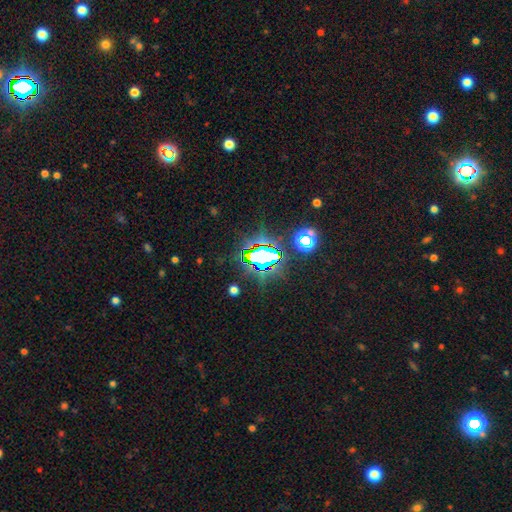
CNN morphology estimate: The model was most divided on "smooth or featured": star or artifact: 80%, smooth: 12%, featured or disk: 7%.